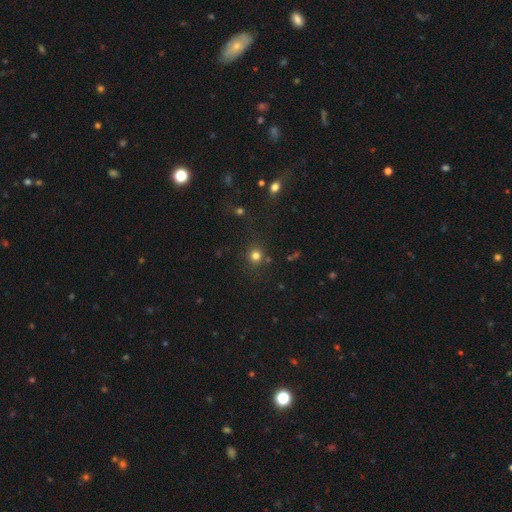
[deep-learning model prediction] Overall: smooth (76%). How rounded: round (91%). Merging: none (82%).